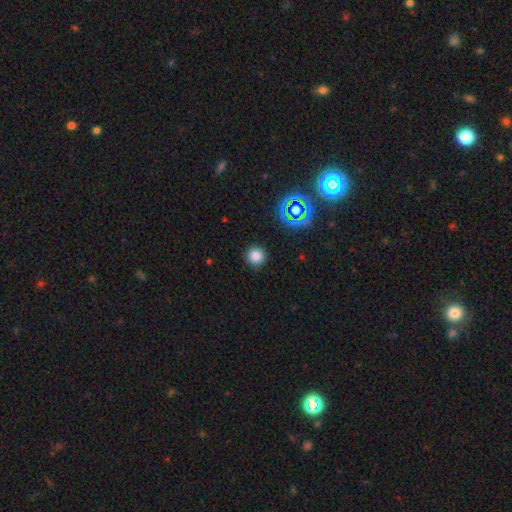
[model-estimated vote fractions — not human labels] Smooth or featured? smooth (77%)
How rounded? round (94%)
Merging? none (91%)